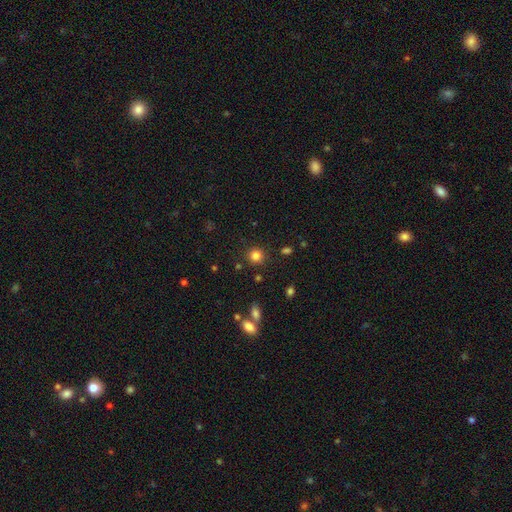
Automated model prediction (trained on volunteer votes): Smooth or featured? Predicted: smooth (p=0.82). How rounded? Predicted: round (p=0.91). Merging? Predicted: none (p=0.88).